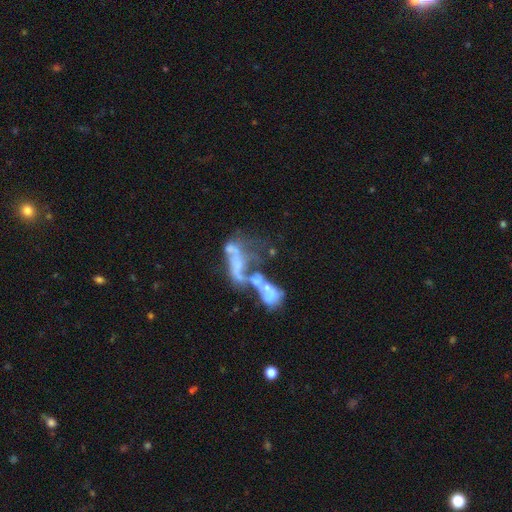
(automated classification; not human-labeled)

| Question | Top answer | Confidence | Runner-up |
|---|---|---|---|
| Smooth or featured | featured or disk | 57% | smooth (22%) |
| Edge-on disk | no | 90% | yes (10%) |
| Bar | no | 83% | weak (10%) |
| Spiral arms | no | 84% | yes (16%) |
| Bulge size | none | 63% | small (20%) |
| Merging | merger | 62% | major disturbance (21%) |